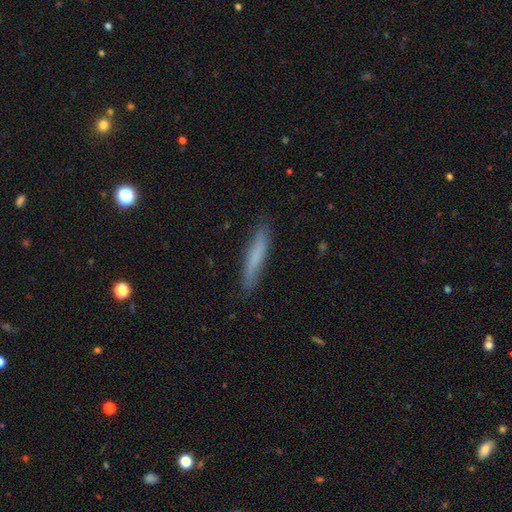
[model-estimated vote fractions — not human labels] A smooth galaxy with no disk features (70%) that is cigar-shaped (93%).

Vote fractions:
- Smooth or featured? smooth: 70% / featured or disk: 23% / star or artifact: 7%
- How rounded? cigar-shaped: 93% / in between: 6% / round: 1%
- Merging? none: 87% / minor disturbance: 10% / major disturbance: 2% / merger: 1%